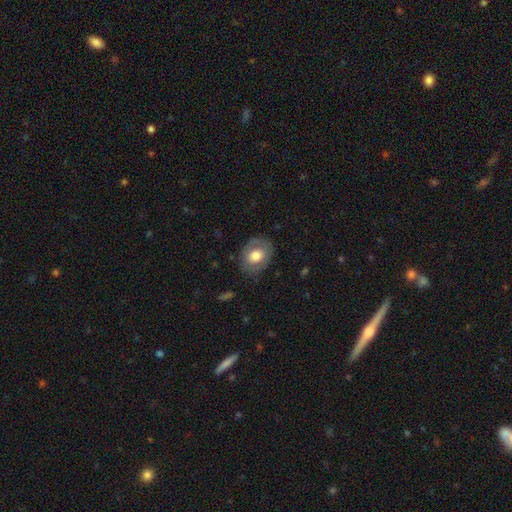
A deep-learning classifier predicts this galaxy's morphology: smooth 66%, featured or disk 27%, star or artifact 7%. Down the decision tree: how rounded — in between (61%); merging — none (79%).